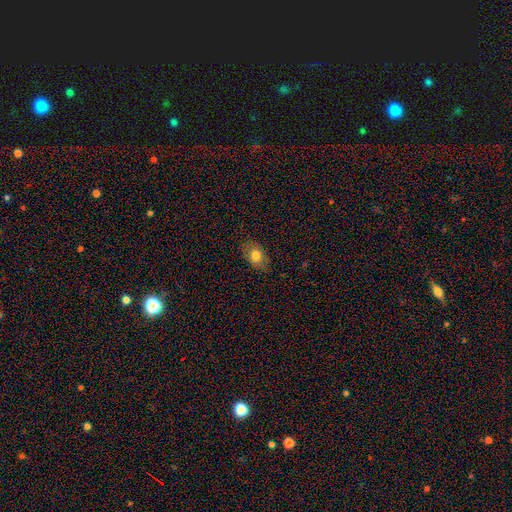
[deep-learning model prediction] smooth 78%, featured or disk 13%, star or artifact 9%. Down the decision tree: how rounded — in between (80%); merging — none (82%).